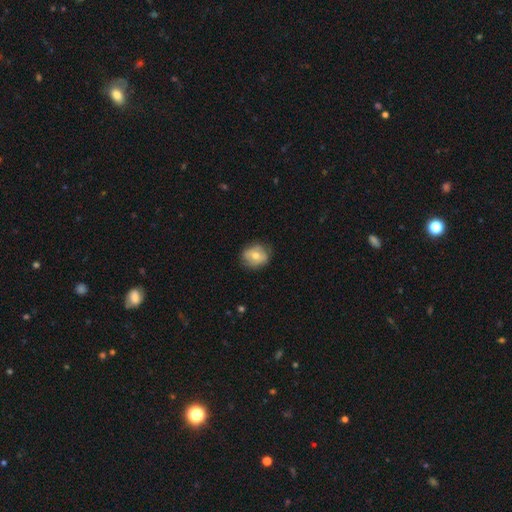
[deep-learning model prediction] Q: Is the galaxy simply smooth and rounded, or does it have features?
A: smooth — 57%.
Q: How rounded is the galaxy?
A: round — 63%.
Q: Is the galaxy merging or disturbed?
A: none — 74%.